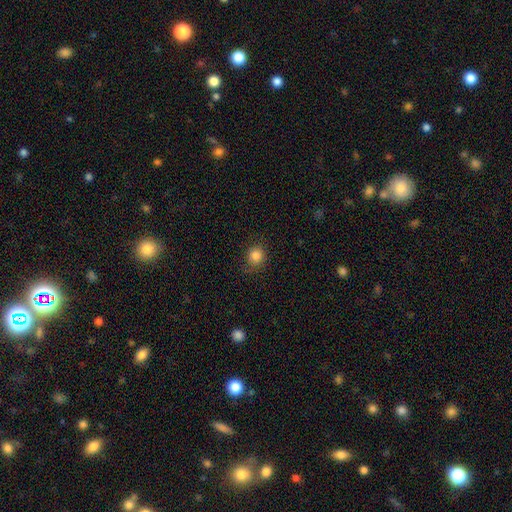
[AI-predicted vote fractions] smooth-or-featured: smooth: 85% | star or artifact: 10% | featured or disk: 5%
  how-rounded: round: 85% | in between: 14% | cigar-shaped: 1%
  merging: none: 79% | minor disturbance: 15% | major disturbance: 5% | merger: 1%